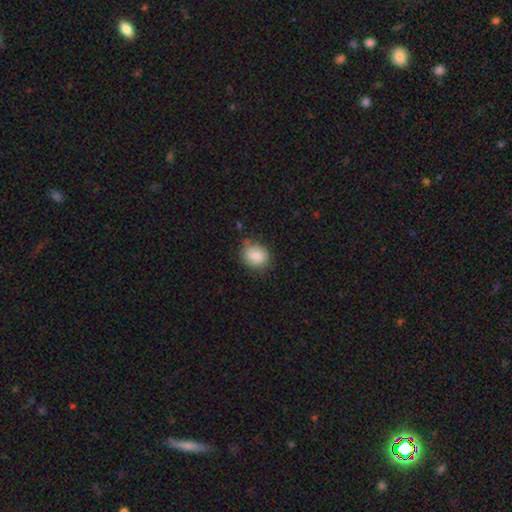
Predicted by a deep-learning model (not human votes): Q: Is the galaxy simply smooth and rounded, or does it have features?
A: smooth — 73%.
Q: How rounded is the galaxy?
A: round — 63%.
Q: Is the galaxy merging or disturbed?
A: none — 74%.